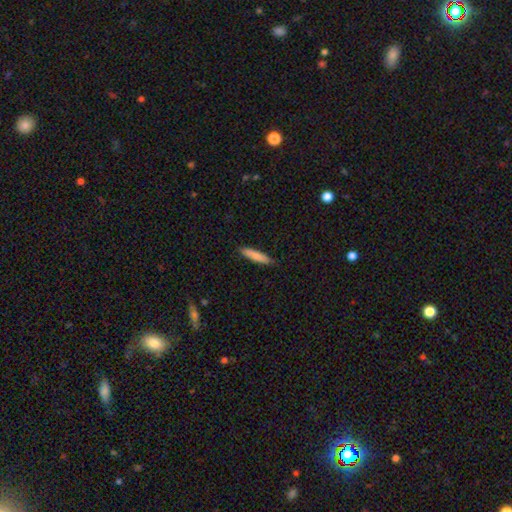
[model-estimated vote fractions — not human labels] A smooth galaxy with no disk features (83%) that is cigar-shaped (86%).

Vote fractions:
- Smooth or featured? smooth: 83% / featured or disk: 12% / star or artifact: 6%
- How rounded? cigar-shaped: 86% / in between: 13% / round: 1%
- Merging? none: 88% / minor disturbance: 9% / major disturbance: 2% / merger: 1%